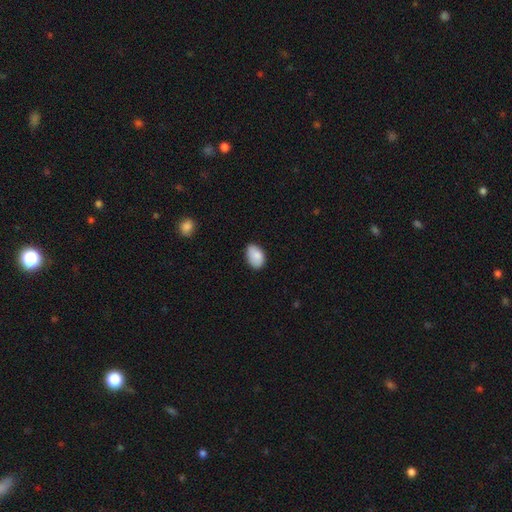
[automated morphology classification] Smooth or featured? Predicted: smooth (p=0.86). How rounded? Predicted: in between (p=0.89). Merging? Predicted: none (p=0.77).